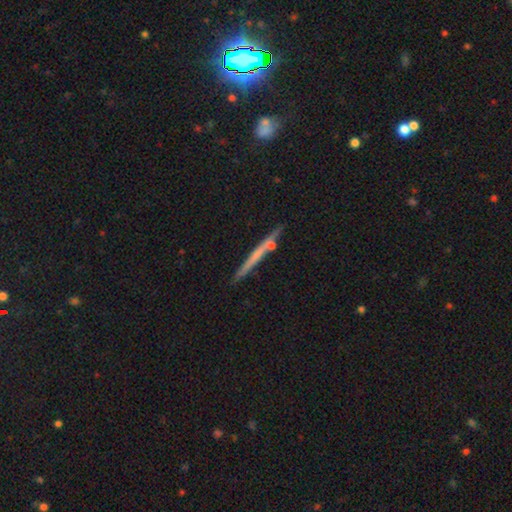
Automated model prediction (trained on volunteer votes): Smooth or featured? Predicted: featured or disk (p=0.50). Edge-on disk? Predicted: yes (p=0.96). Merging? Predicted: none (p=0.80).